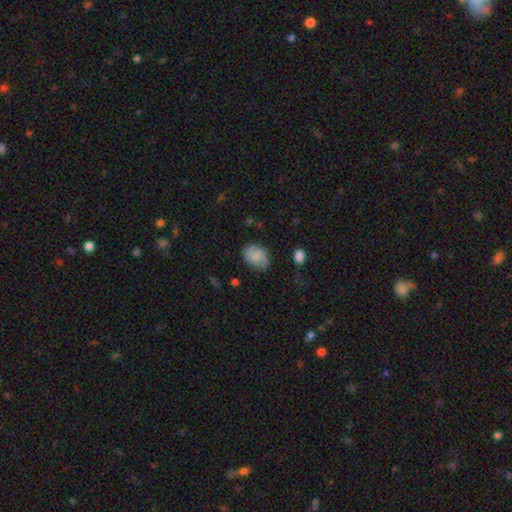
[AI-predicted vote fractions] Q: Smooth or featured?
A: smooth (63%); runner-up: featured or disk (28%)
Q: How rounded?
A: in between (61%); runner-up: round (37%)
Q: Merging?
A: none (65%); runner-up: minor disturbance (25%)